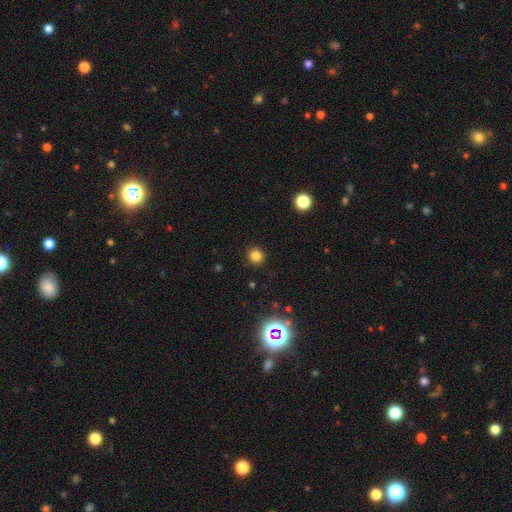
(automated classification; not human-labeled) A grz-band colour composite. It shows a smooth galaxy with no disk features (81%) that is round (92%). Merging: none (91%).